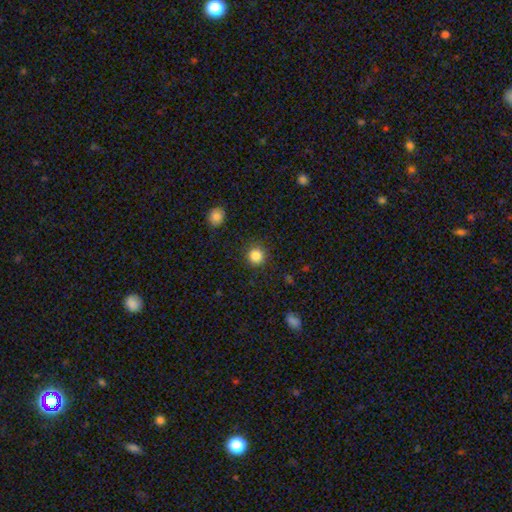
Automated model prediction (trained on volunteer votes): Smooth or featured? smooth (85%)
How rounded? round (94%)
Merging? none (91%)